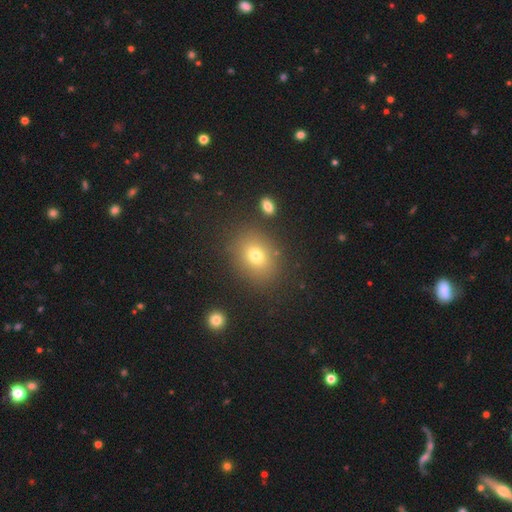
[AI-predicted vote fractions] smooth_or_featured: smooth (p=0.73) [alt: star or artifact p=0.15]
how_rounded: in between (p=0.55) [alt: round p=0.44]
merging: none (p=0.84) [alt: minor disturbance p=0.09]